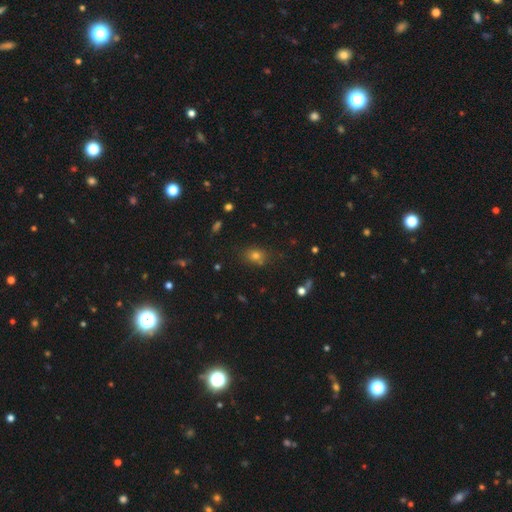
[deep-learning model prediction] Smooth or featured? smooth (70%)
How rounded? round (51%)
Merging? none (77%)